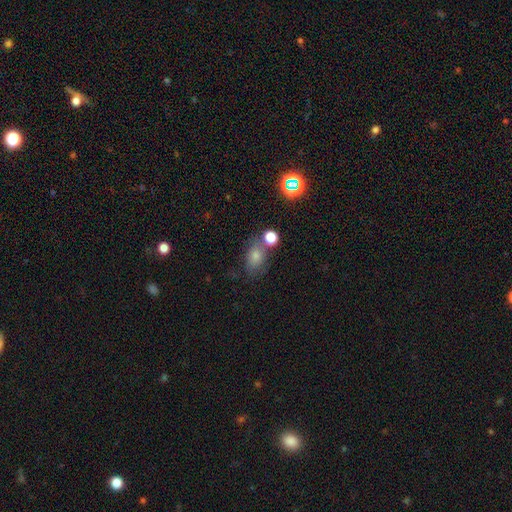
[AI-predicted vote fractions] smooth-or-featured: smooth: 75% | star or artifact: 14% | featured or disk: 11%
  how-rounded: in between: 75% | round: 23% | cigar-shaped: 2%
  merging: none: 54% | minor disturbance: 19% | merger: 18% | major disturbance: 9%